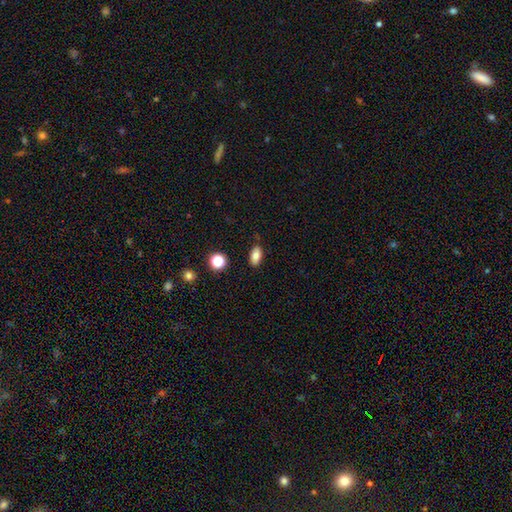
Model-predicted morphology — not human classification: Smooth or featured?
  - smooth: 82% *
  - star or artifact: 10%
  - featured or disk: 8%
How rounded?
  - in between: 88% *
  - round: 8%
  - cigar-shaped: 4%
Merging?
  - none: 86% *
  - minor disturbance: 10%
  - major disturbance: 2%
  - merger: 2%